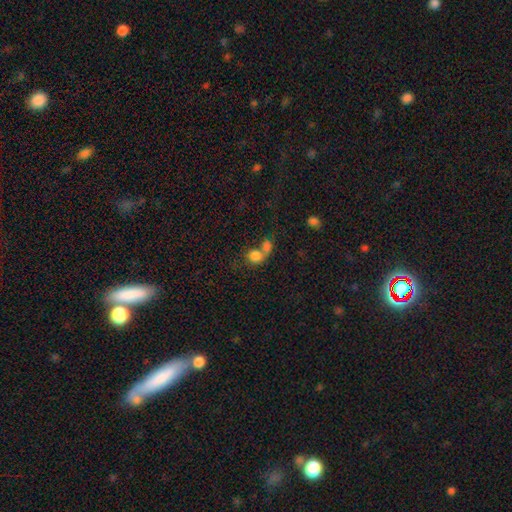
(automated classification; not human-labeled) This is likely a smooth galaxy (80%). How rounded: likely round (66%). Merging: likely merger (61%).